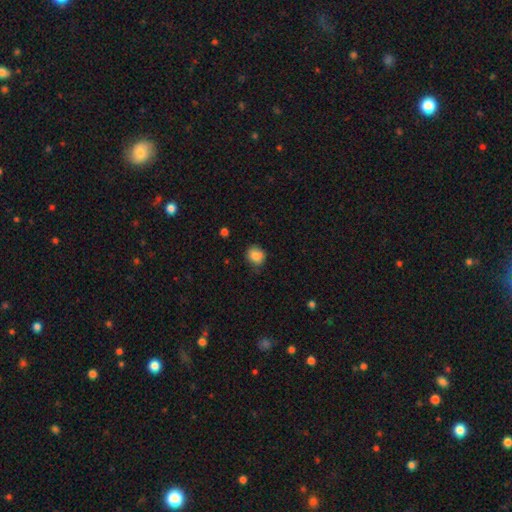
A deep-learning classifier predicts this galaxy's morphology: smooth-or-featured: smooth: 82% | star or artifact: 10% | featured or disk: 8%
  how-rounded: round: 69% | in between: 30% | cigar-shaped: 1%
  merging: none: 72% | minor disturbance: 21% | major disturbance: 4% | merger: 4%